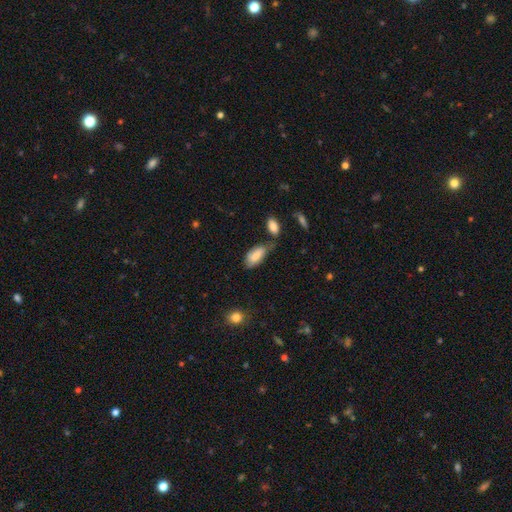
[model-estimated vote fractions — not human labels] smooth_or_featured: smooth (p=0.78) [alt: featured or disk p=0.15]
how_rounded: in between (p=0.87) [alt: cigar-shaped p=0.11]
merging: none (p=0.43) [alt: minor disturbance p=0.30]